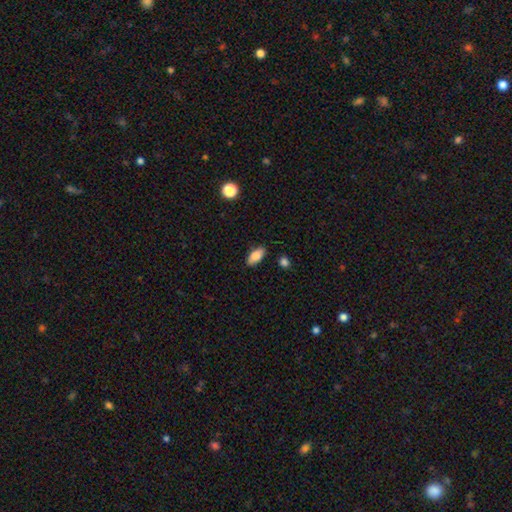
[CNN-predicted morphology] Smooth or featured? smooth (83%)
How rounded? in between (90%)
Merging? none (83%)